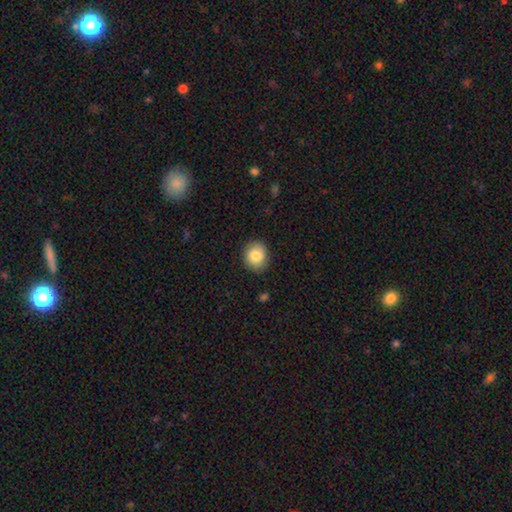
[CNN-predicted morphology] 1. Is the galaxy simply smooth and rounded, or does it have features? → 83% smooth, 9% featured or disk, 8% star or artifact.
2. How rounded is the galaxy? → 68% round, 31% in between, 1% cigar-shaped.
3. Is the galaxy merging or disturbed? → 87% none, 10% minor disturbance, 2% major disturbance, 1% merger.